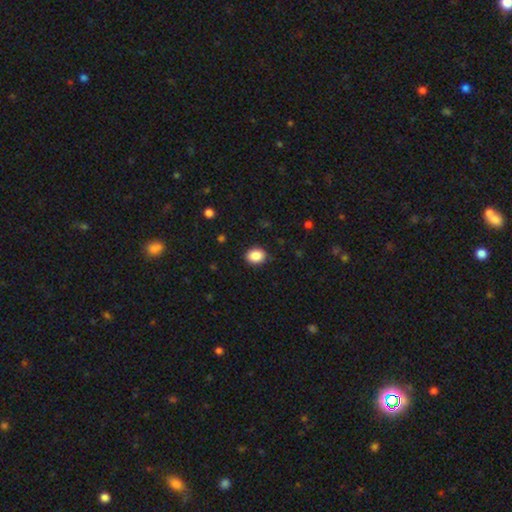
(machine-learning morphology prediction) The model was most divided on "how rounded": in between: 59%, round: 40%, cigar-shaped: 1%. More confident: merging — none (89%); smooth or featured — smooth (88%).